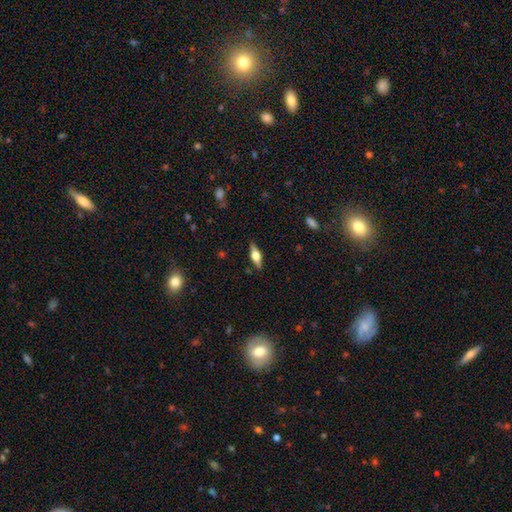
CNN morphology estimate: A featured or disk galaxy (59%) viewed edge-on (95%) with a rounded central bulge (92%). Merging: none (88%).